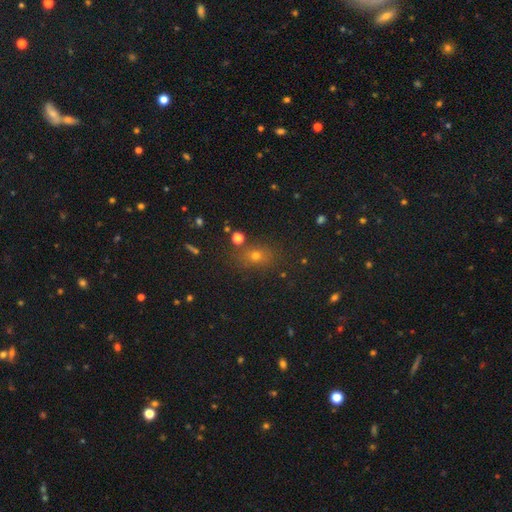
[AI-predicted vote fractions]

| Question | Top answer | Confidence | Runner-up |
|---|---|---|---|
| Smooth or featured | smooth | 60% | star or artifact (29%) |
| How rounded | round | 52% | in between (45%) |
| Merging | none | 79% | minor disturbance (11%) |